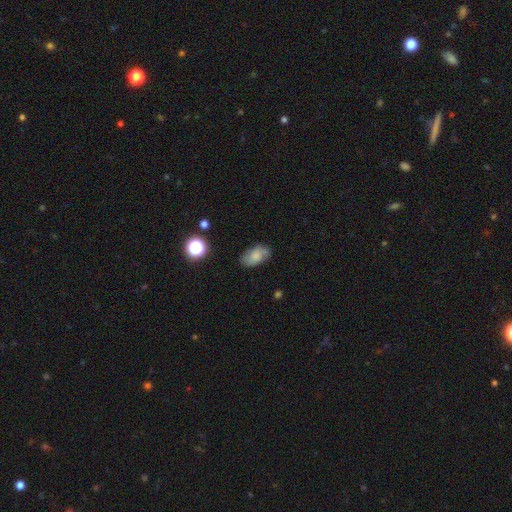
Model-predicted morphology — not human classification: smooth 68%, featured or disk 22%, star or artifact 11%. Down the decision tree: how rounded — in between (90%); merging — none (71%).